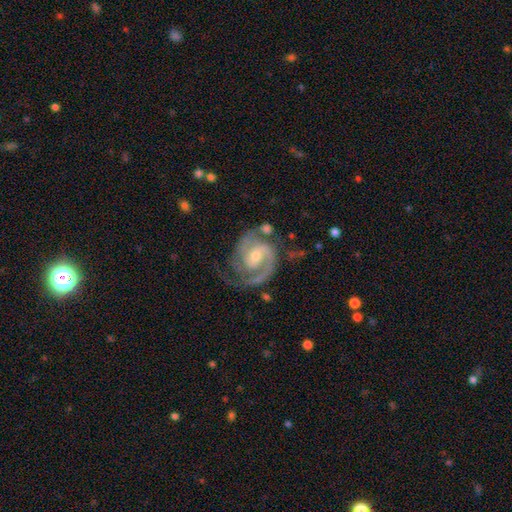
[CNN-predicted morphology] The model was most divided on "spiral winding" (2-way tie): tight: 46%, medium: 46%, loose: 8%. Remaining: spiral arms — yes (98%); edge-on disk — no (98%); smooth or featured — featured or disk (91%); spiral arm count — 2 (77%); merging — none (65%); bulge size — small (49%); bar — weak (45%).